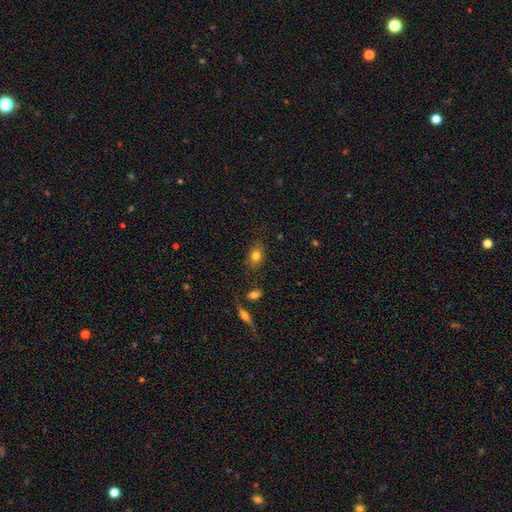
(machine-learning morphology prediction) This appears to be a smooth galaxy with no disk features (79%) that is in between round and cigar-shaped (72%). Merging: none (79%).